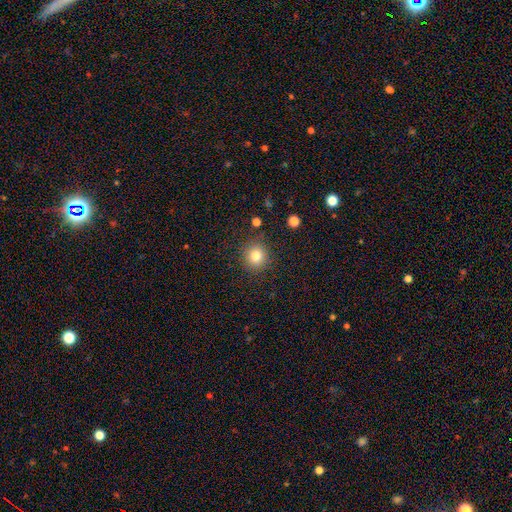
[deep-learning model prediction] This appears to be a smooth galaxy with no disk features (81%) that is round (91%). Merging: none (88%).